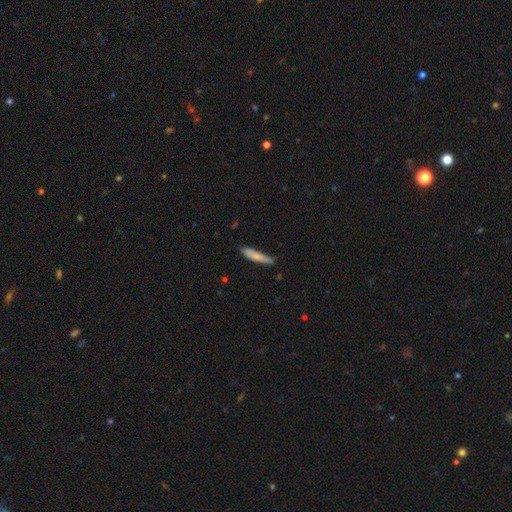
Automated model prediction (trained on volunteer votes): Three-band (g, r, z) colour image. It shows a smooth galaxy with no disk features (79%) that is cigar-shaped (89%). Merging: none (70%).